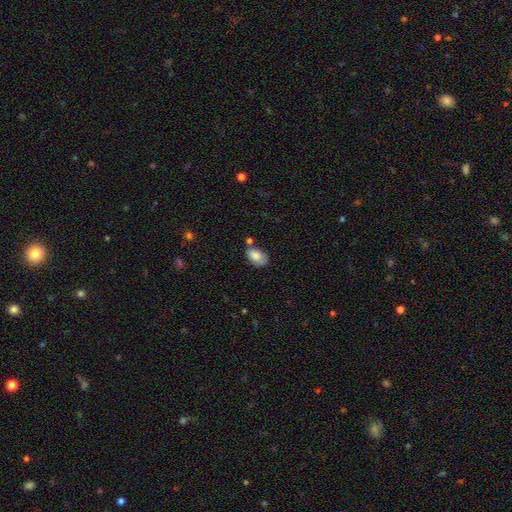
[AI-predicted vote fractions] Smooth or featured? smooth (83%)
How rounded? in between (89%)
Merging? none (60%)